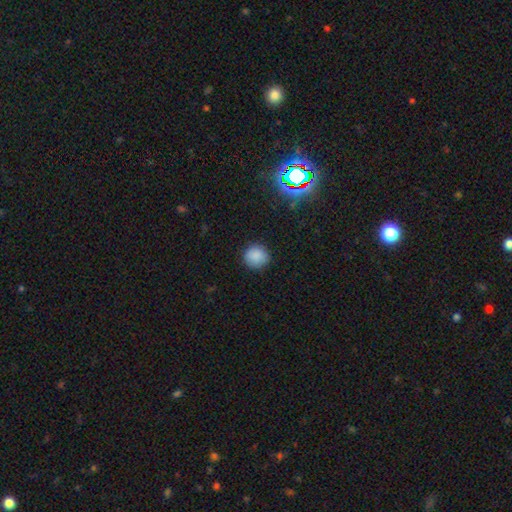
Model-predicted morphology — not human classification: Smooth or featured? smooth (86%)
How rounded? round (92%)
Merging? none (89%)